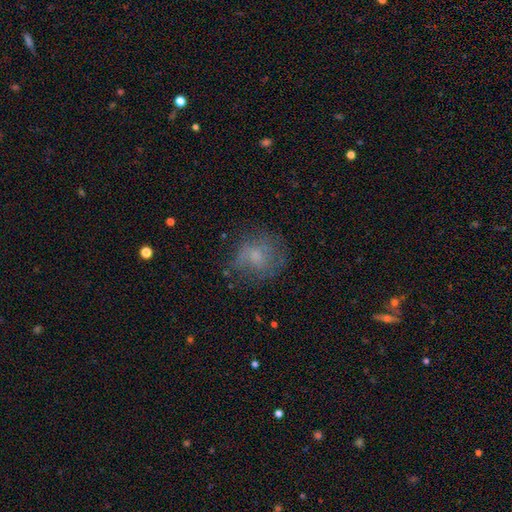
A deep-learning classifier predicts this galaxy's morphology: Smooth or featured? Predicted: smooth (p=0.55). How rounded? Predicted: round (p=0.74). Merging? Predicted: none (p=0.58).